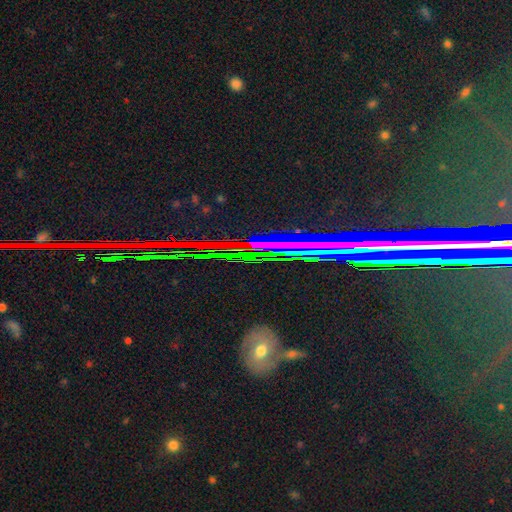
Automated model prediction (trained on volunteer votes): The model was most divided on "smooth or featured": star or artifact: 71%, featured or disk: 17%, smooth: 11%.